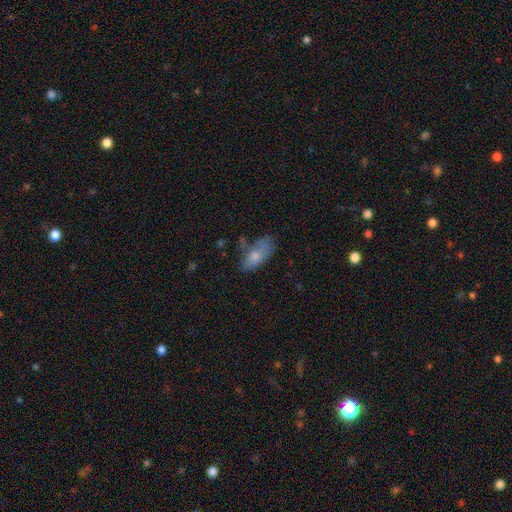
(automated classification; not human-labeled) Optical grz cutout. It shows a smooth galaxy with no disk features (73%) that is in between round and cigar-shaped (87%). Merging: none (48%).